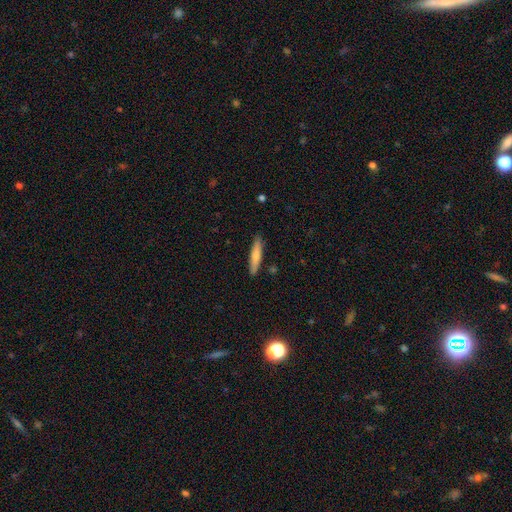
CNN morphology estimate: Smooth or featured? Predicted: smooth (p=0.73). How rounded? Predicted: cigar-shaped (p=0.89). Merging? Predicted: none (p=0.88).